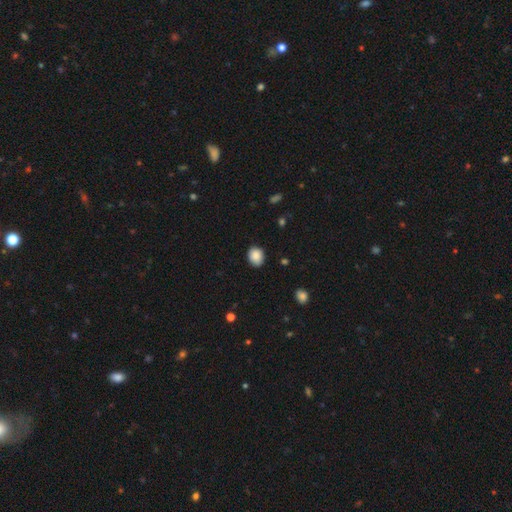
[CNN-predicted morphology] type=smooth (88%); roundness=round (53%); merging=none (85%).